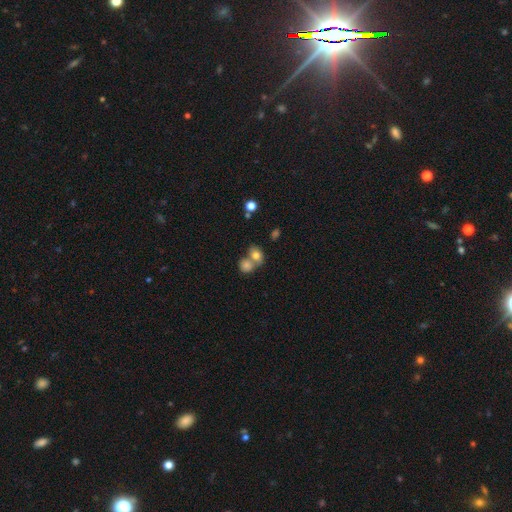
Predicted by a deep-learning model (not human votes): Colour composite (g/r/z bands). It shows a smooth galaxy with no disk features (77%) that is round (53%). Merging: merger (53%).